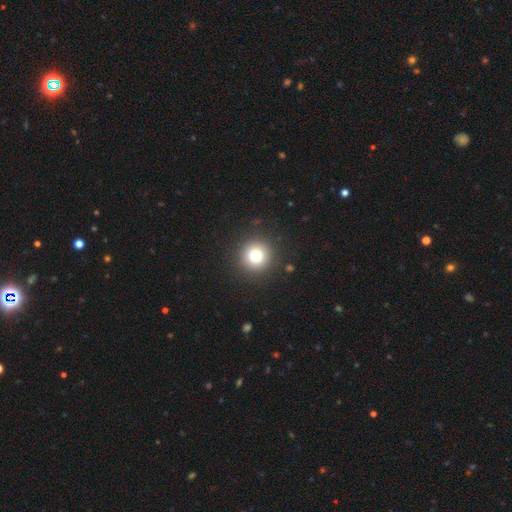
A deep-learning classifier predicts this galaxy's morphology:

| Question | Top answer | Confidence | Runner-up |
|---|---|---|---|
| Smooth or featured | smooth | 81% | star or artifact (12%) |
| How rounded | round | 95% | in between (4%) |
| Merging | none | 90% | minor disturbance (6%) |